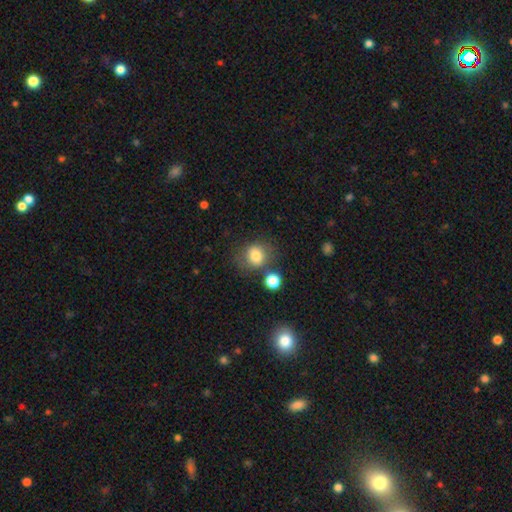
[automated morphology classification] type=smooth (78%); roundness=round (75%); merging=none (67%).